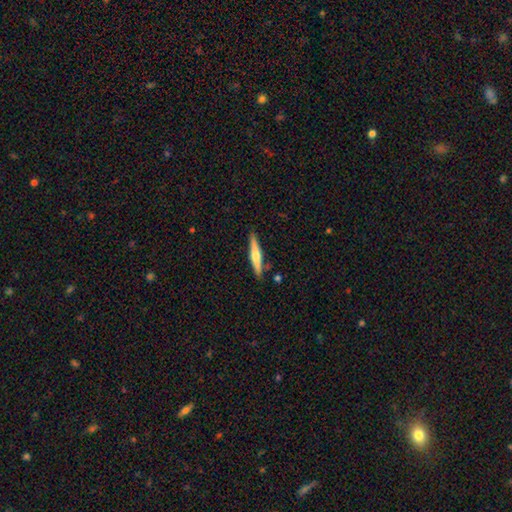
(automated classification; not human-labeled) Overall: featured or disk (53%; smooth 42%). Edge-on disk: yes (97%). Edge-on bulge: rounded (81%). Merging: none (87%).